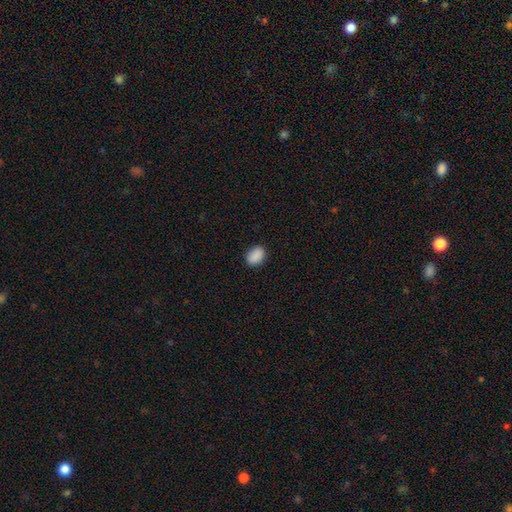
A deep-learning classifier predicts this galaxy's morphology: A smooth galaxy with no disk features (89%) that is in between round and cigar-shaped (80%).

Vote fractions:
- Smooth or featured? smooth: 89% / star or artifact: 8% / featured or disk: 3%
- How rounded? in between: 80% / round: 19% / cigar-shaped: 1%
- Merging? none: 87% / minor disturbance: 10% / major disturbance: 2% / merger: 1%